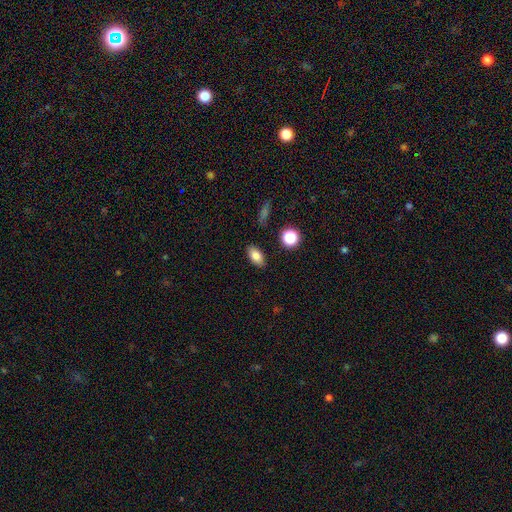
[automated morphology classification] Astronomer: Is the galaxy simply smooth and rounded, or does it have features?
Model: smooth — 82%.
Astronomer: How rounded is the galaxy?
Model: in between — 88%.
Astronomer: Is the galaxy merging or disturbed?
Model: none — 87%.